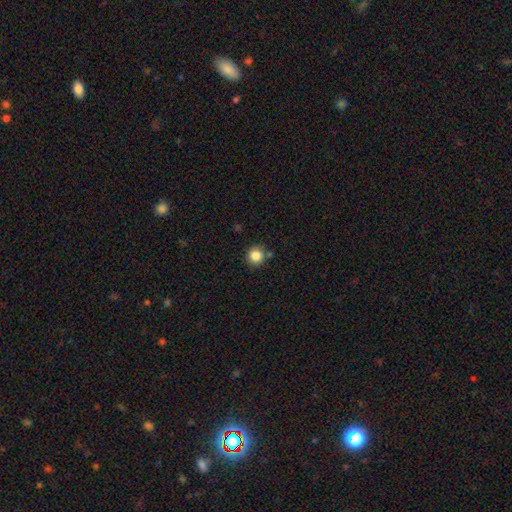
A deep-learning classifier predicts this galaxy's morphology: smooth_or_featured: smooth (p=0.84) [alt: star or artifact p=0.11]
how_rounded: round (p=0.92) [alt: in between p=0.07]
merging: none (p=0.83) [alt: minor disturbance p=0.09]